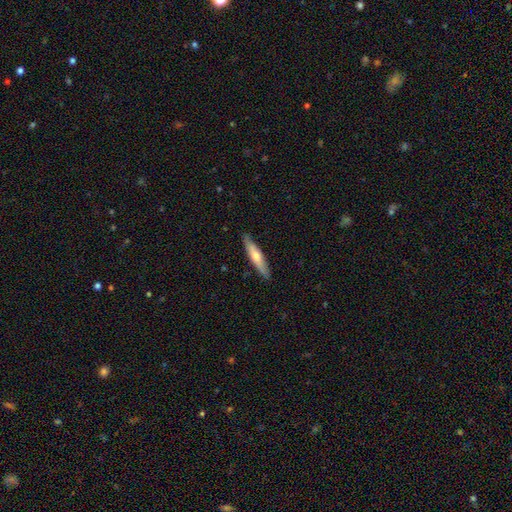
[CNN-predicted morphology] smooth_or_featured: smooth (p=0.48) [alt: featured or disk p=0.47]
merging: none (p=0.88) [alt: minor disturbance p=0.09]